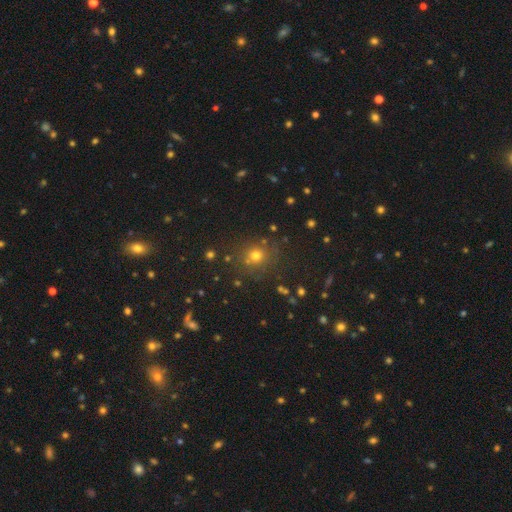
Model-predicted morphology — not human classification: Smooth or featured: smooth — 68% (star or artifact — 24%)
How rounded: round — 86% (in between — 13%)
Merging: none — 82% (minor disturbance — 10%)